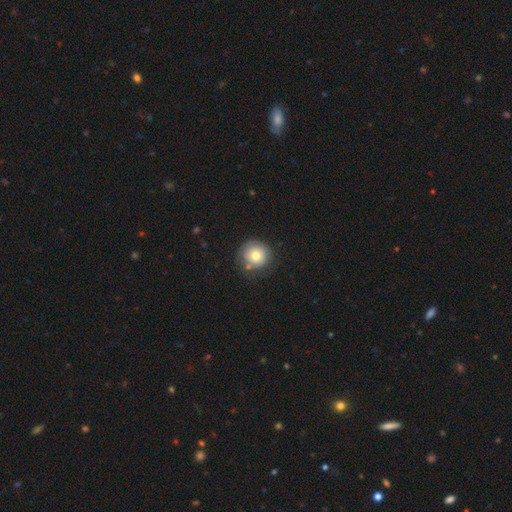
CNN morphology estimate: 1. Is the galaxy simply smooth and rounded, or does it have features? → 71% smooth, 20% featured or disk, 9% star or artifact.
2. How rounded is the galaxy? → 93% round, 6% in between, 1% cigar-shaped.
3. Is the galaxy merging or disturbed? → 70% none, 17% minor disturbance, 6% major disturbance, 6% merger.